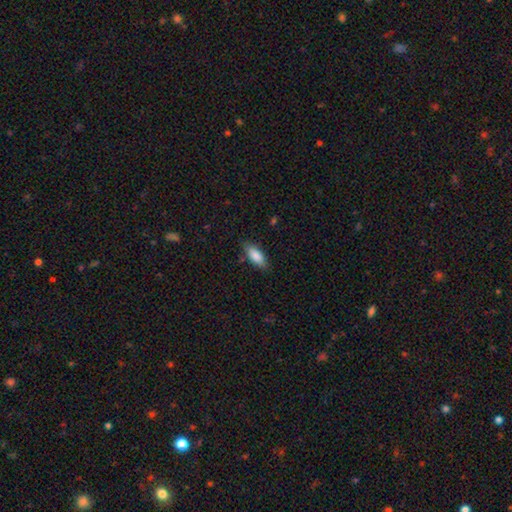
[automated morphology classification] smooth 85%, featured or disk 8%, star or artifact 6%. Down the decision tree: how rounded — in between (75%); merging — none (81%).